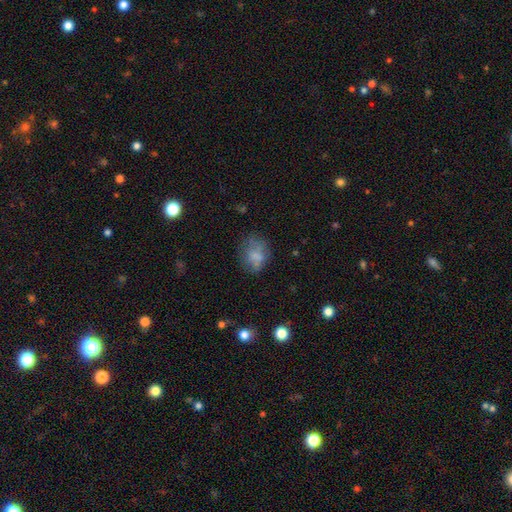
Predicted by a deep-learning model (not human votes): smooth_or_featured: smooth (p=0.66) [alt: featured or disk p=0.23]
how_rounded: round (p=0.51) [alt: in between p=0.48]
merging: none (p=0.57) [alt: minor disturbance p=0.24]